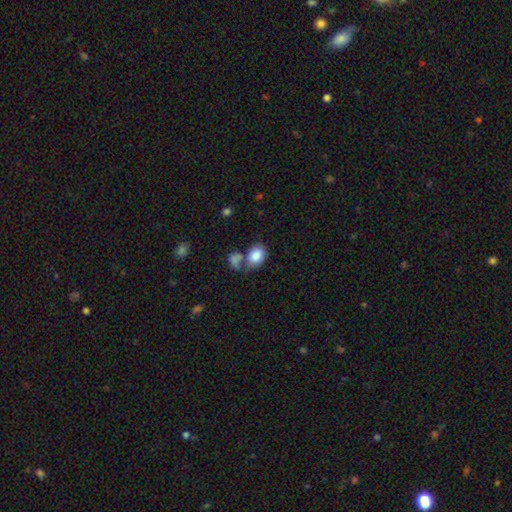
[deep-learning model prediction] Morphology: type=smooth (84%); roundness=in between (68%); merging=none (39%, tied with merger).